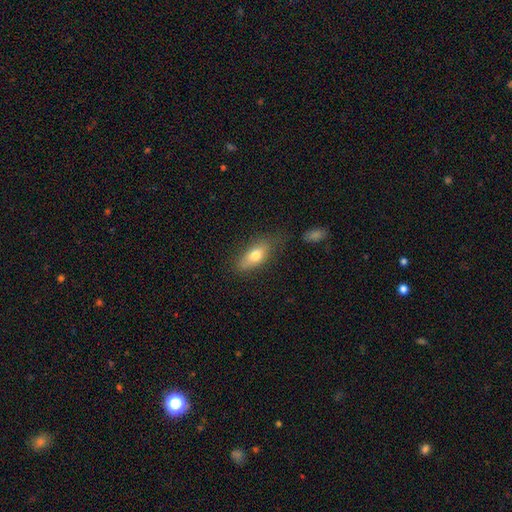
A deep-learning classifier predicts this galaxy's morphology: Smooth or featured? Predicted: smooth (p=0.73). How rounded? Predicted: in between (p=0.79). Merging? Predicted: none (p=0.66).